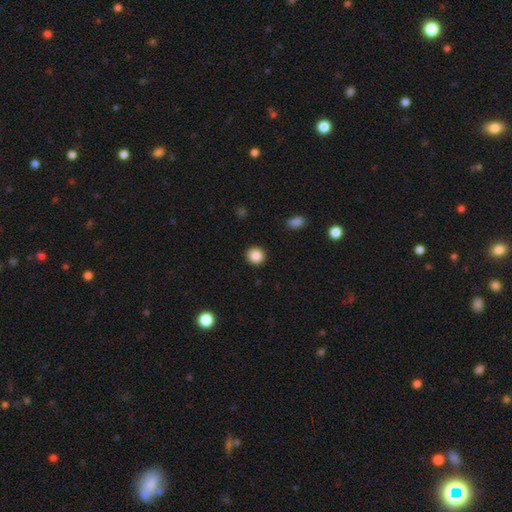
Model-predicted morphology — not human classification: A smooth galaxy with no disk features (87%) that is round (93%).

Vote fractions:
- Smooth or featured? smooth: 87% / star or artifact: 10% / featured or disk: 4%
- How rounded? round: 93% / in between: 6% / cigar-shaped: 1%
- Merging? none: 92% / minor disturbance: 5% / major disturbance: 2% / merger: 1%